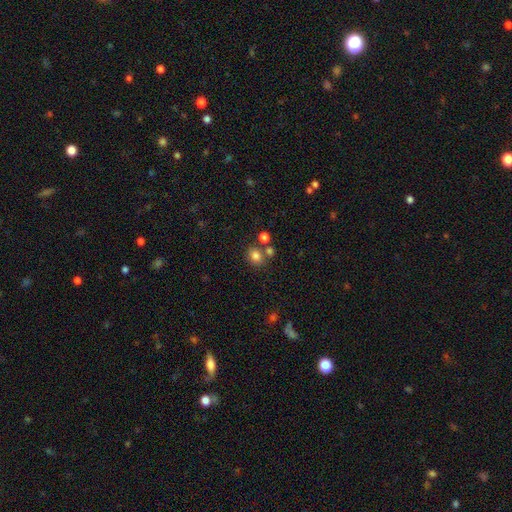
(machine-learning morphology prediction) Smooth or featured: smooth — 80% (star or artifact — 13%)
How rounded: round — 59% (in between — 40%)
Merging: none — 65% (merger — 20%)